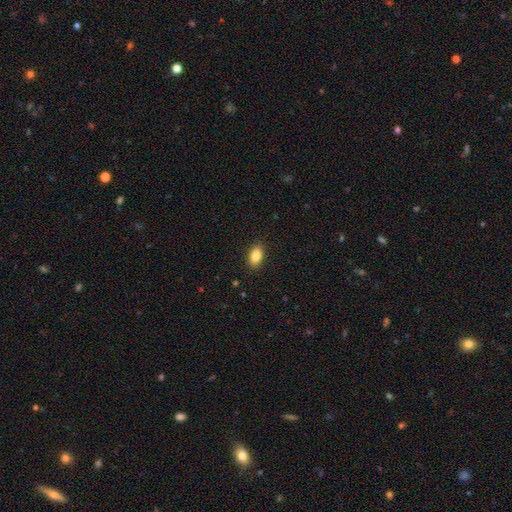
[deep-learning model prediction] A smooth galaxy with no disk features (86%) that is in between round and cigar-shaped (90%). Merging: none (89%).